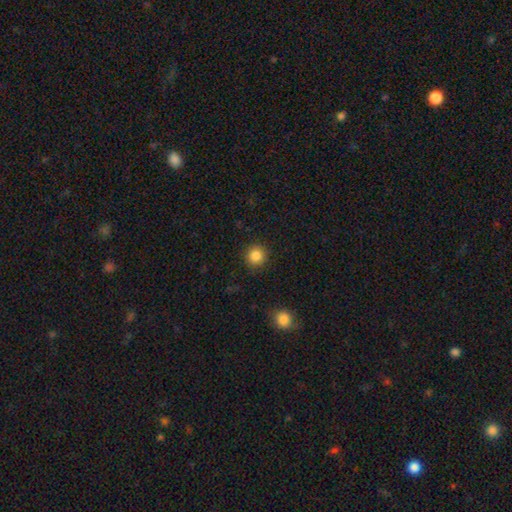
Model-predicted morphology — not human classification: A smooth galaxy with no disk features (85%) that is round (93%). Merging: none (90%).